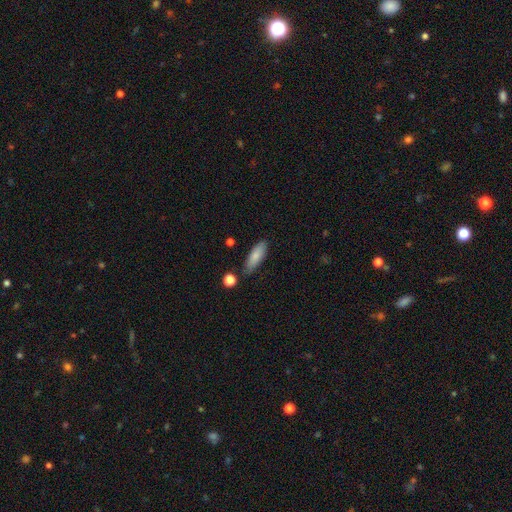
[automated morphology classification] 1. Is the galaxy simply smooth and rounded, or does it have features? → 81% smooth, 13% featured or disk, 7% star or artifact.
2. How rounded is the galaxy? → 57% in between, 41% cigar-shaped, 2% round.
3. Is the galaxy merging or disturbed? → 78% none, 15% minor disturbance, 4% merger, 3% major disturbance.